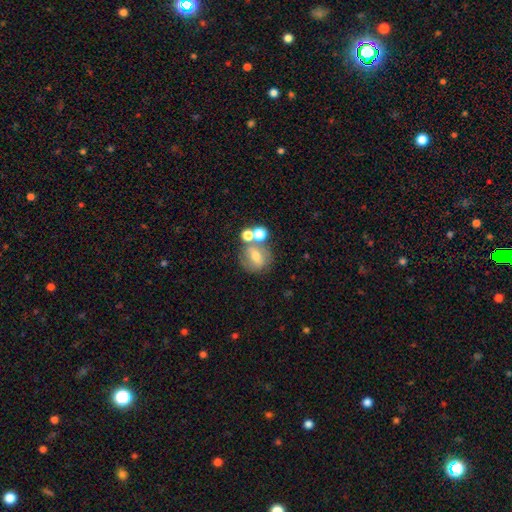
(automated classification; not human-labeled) Smooth or featured? smooth (51%)
How rounded? round (76%)
Merging? none (51%)